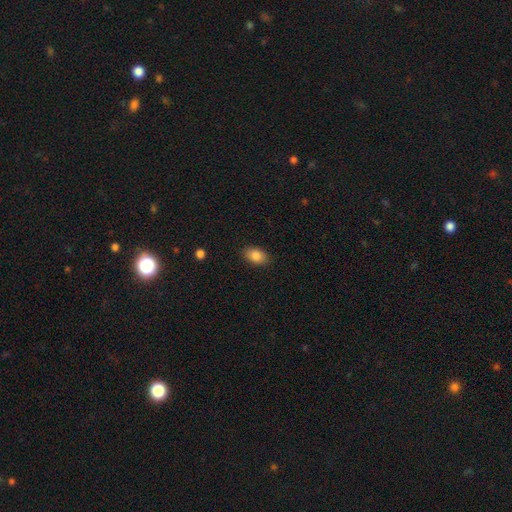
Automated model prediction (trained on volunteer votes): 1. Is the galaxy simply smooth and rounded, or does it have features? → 85% smooth, 8% star or artifact, 7% featured or disk.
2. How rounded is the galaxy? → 88% in between, 11% round, 2% cigar-shaped.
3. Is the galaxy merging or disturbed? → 88% none, 9% minor disturbance, 2% major disturbance, 1% merger.